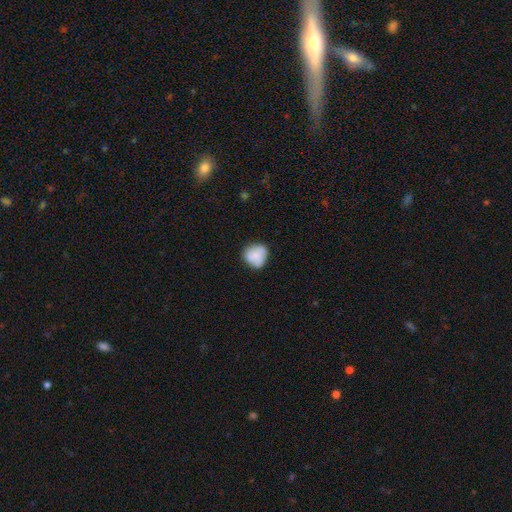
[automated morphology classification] smooth-or-featured: smooth: 68% | featured or disk: 24% | star or artifact: 8%
  how-rounded: round: 79% | in between: 20% | cigar-shaped: 1%
  merging: none: 64% | minor disturbance: 26% | major disturbance: 6% | merger: 4%